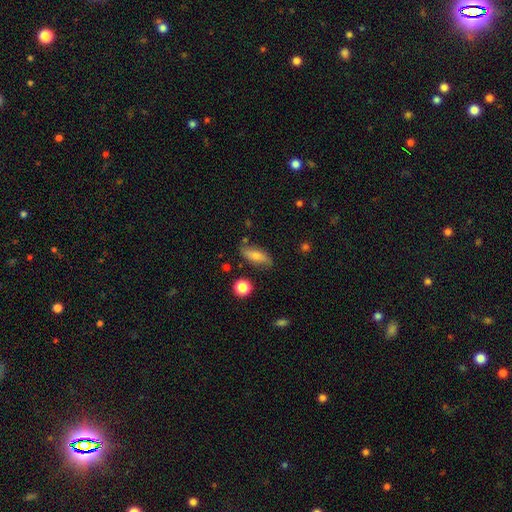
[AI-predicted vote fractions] Q: Smooth or featured?
A: smooth (66%); runner-up: featured or disk (26%)
Q: How rounded?
A: in between (73%); runner-up: cigar-shaped (22%)
Q: Merging?
A: none (77%); runner-up: minor disturbance (16%)